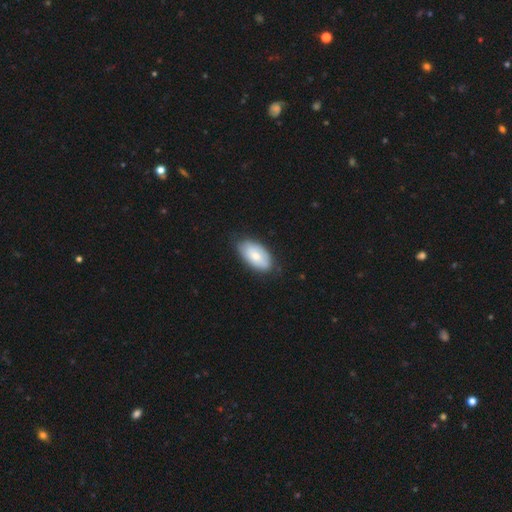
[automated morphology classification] A smooth galaxy with no disk features (70%) that is in between round and cigar-shaped (95%).

Vote fractions:
- Smooth or featured? smooth: 70% / featured or disk: 24% / star or artifact: 6%
- How rounded? in between: 95% / round: 3% / cigar-shaped: 2%
- Merging? none: 74% / minor disturbance: 21% / major disturbance: 4% / merger: 1%